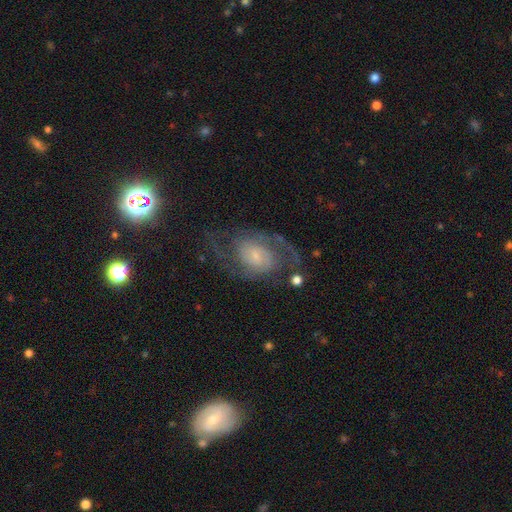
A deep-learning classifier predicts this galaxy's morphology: Q: Smooth or featured?
A: featured or disk (82%); runner-up: smooth (11%)
Q: Edge-on disk?
A: no (97%); runner-up: yes (3%)
Q: Bar?
A: no (50%); runner-up: weak (42%)
Q: Spiral arms?
A: yes (94%); runner-up: no (6%)
Q: Spiral winding?
A: medium (50%); runner-up: tight (28%)
Q: Spiral arm count?
A: 2 (72%); runner-up: can't tell (12%)
Q: Bulge size?
A: small (63%); runner-up: moderate (22%)
Q: Merging?
A: none (62%); runner-up: major disturbance (18%)